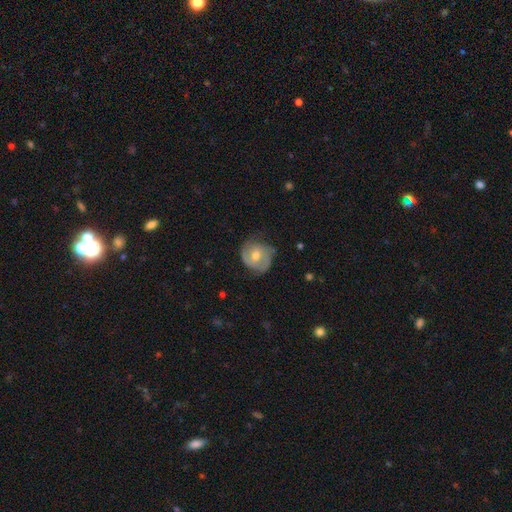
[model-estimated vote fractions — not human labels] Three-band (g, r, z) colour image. It shows a featured or disk galaxy (58%) with no bar (70%), spiral arms (80%) and a moderate central bulge (69%). Merging: none (63%).